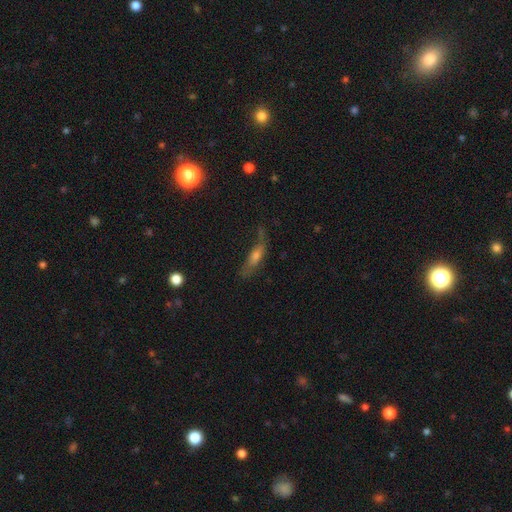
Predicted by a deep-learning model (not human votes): Smooth or featured: featured or disk — 46% (smooth — 41%)
Merging: none — 49% (minor disturbance — 25%)